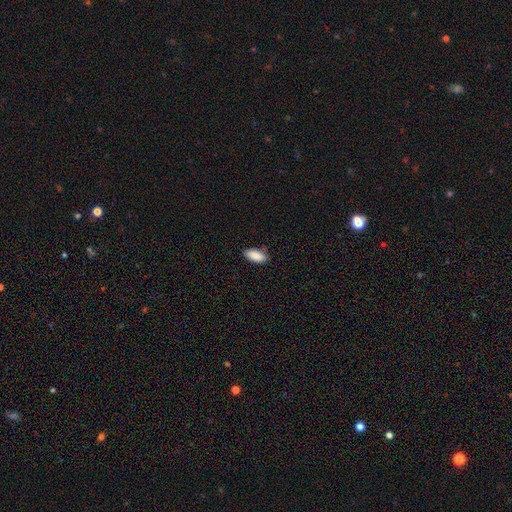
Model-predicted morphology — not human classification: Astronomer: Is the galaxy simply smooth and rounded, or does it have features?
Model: smooth — 88%.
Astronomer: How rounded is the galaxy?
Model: in between — 88%.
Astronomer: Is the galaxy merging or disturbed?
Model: none — 84%.